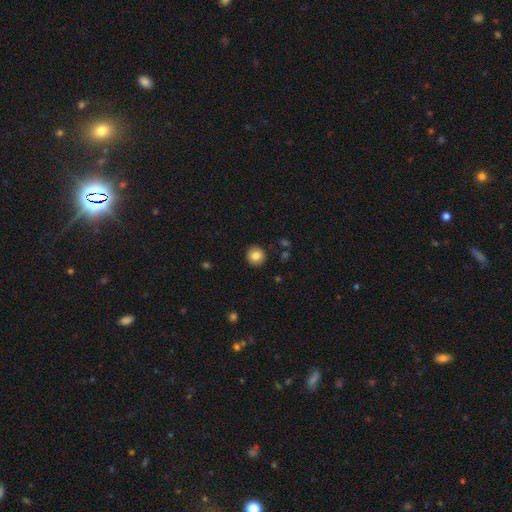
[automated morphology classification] Smooth or featured?
  - smooth: 85% *
  - star or artifact: 9%
  - featured or disk: 7%
How rounded?
  - round: 92% *
  - in between: 7%
  - cigar-shaped: 1%
Merging?
  - none: 91% *
  - minor disturbance: 6%
  - major disturbance: 2%
  - merger: 1%